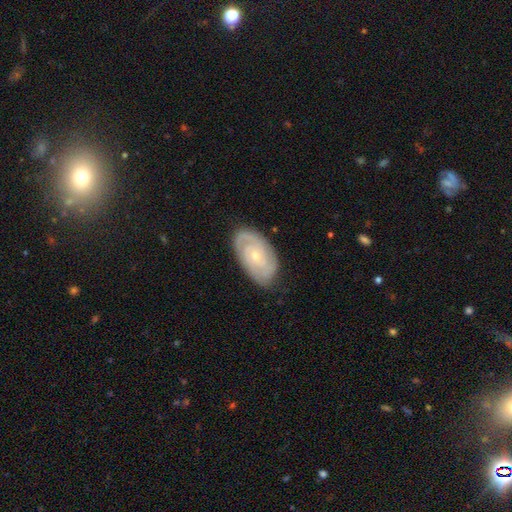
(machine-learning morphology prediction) Smooth or featured: featured or disk — 76% (smooth — 18%)
Edge-on disk: no — 95% (yes — 5%)
Bar: no — 71% (weak — 25%)
Spiral arms: yes — 92% (no — 8%)
Spiral winding: tight — 67% (medium — 26%)
Spiral arm count: 2 — 50% (can't tell — 27%)
Bulge size: small — 69% (moderate — 28%)
Merging: none — 80% (minor disturbance — 16%)